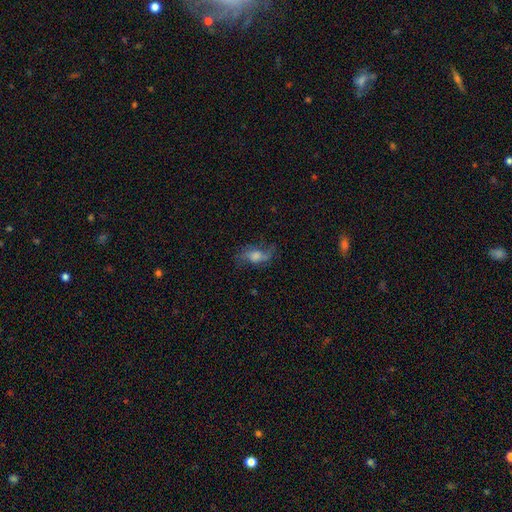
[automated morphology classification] This appears to be a featured or disk galaxy (56%). Merging: none (65%).